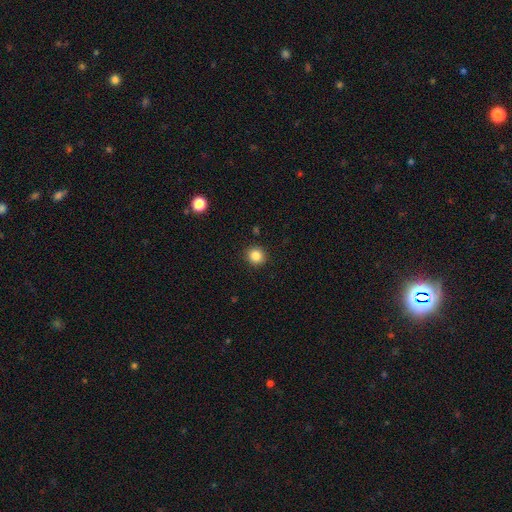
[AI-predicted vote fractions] A smooth galaxy with no disk features (85%) that is round (92%). Merging: none (91%).